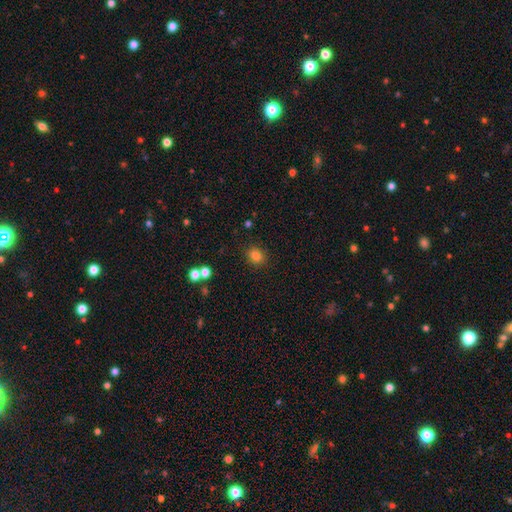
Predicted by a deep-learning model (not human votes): This appears to be a smooth galaxy with no disk features (83%) that is round (74%). Merging: none (87%).